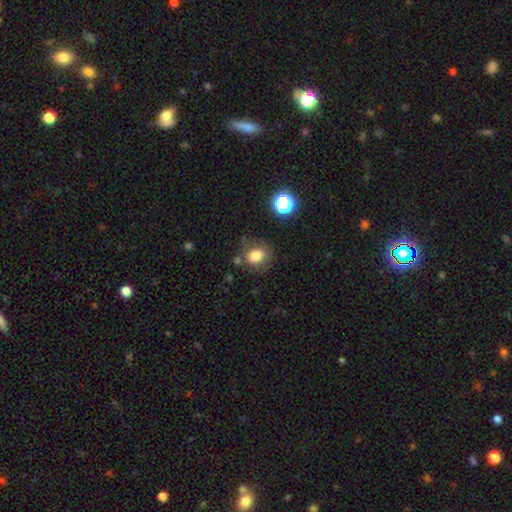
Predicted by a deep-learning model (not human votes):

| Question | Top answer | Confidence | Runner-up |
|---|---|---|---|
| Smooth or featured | smooth | 80% | star or artifact (12%) |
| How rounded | round | 68% | in between (31%) |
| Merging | none | 72% | minor disturbance (15%) |